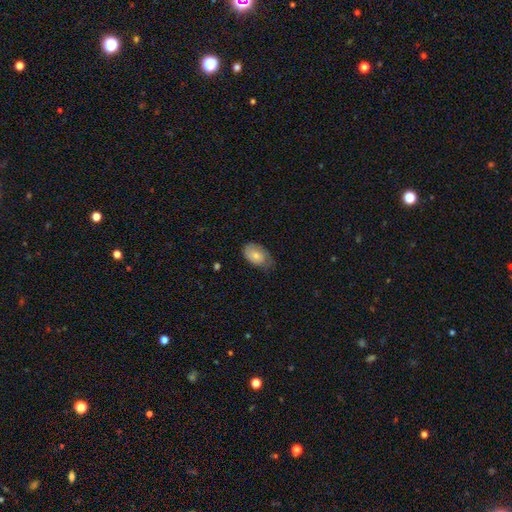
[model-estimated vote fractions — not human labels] Q: Smooth or featured?
A: smooth (73%); runner-up: featured or disk (21%)
Q: How rounded?
A: in between (89%); runner-up: round (9%)
Q: Merging?
A: none (55%); runner-up: minor disturbance (34%)